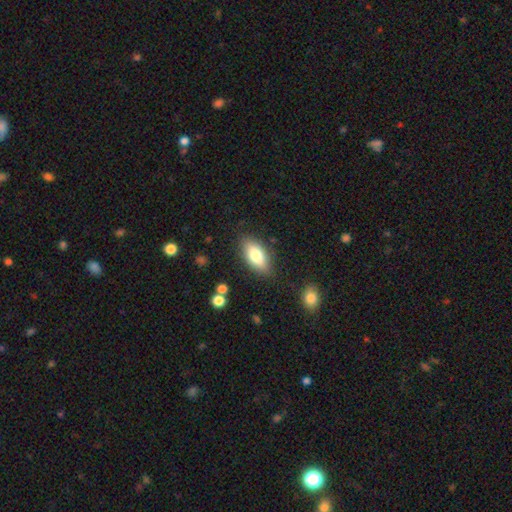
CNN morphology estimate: Smooth or featured? Predicted: smooth (p=0.77). How rounded? Predicted: in between (p=0.87). Merging? Predicted: none (p=0.83).